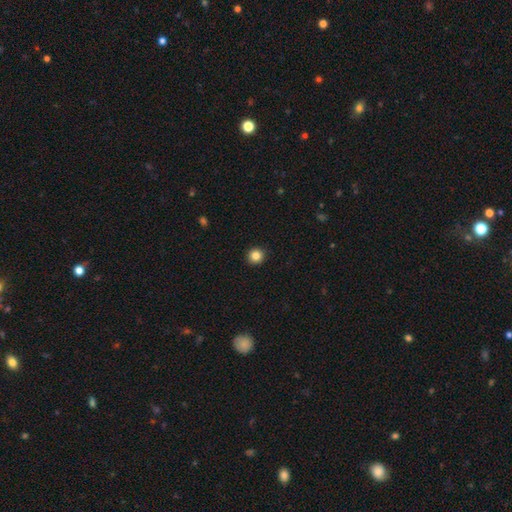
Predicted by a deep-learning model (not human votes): Morphology: type=smooth (84%); roundness=round (94%); merging=none (93%).